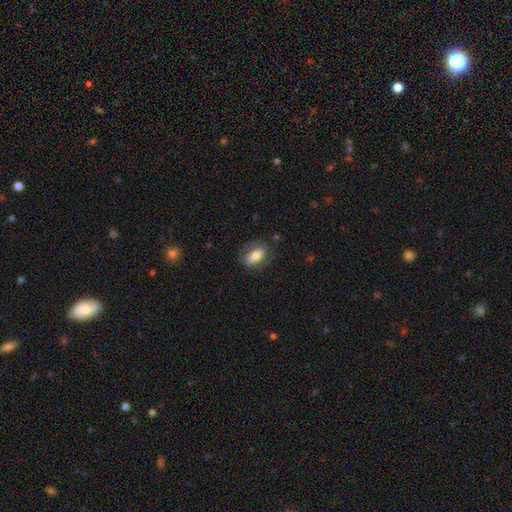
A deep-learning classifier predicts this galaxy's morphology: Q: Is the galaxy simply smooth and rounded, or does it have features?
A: smooth — 66%.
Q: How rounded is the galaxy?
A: in between — 89%.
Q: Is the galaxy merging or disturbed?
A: none — 69%.